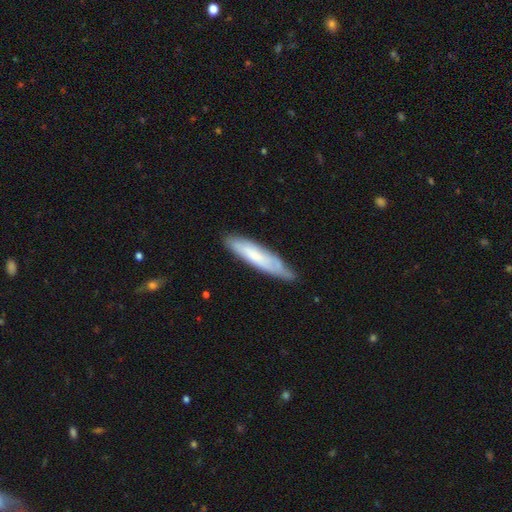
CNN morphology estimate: Smooth or featured?
  - smooth: 59% *
  - featured or disk: 34%
  - star or artifact: 6%
How rounded?
  - cigar-shaped: 80% *
  - in between: 18%
  - round: 1%
Merging?
  - none: 68% *
  - minor disturbance: 26%
  - major disturbance: 4%
  - merger: 2%